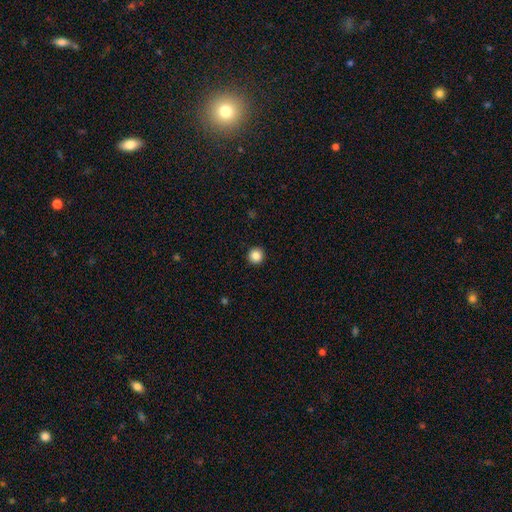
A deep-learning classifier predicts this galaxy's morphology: Smooth or featured?
  - smooth: 86% *
  - star or artifact: 10%
  - featured or disk: 3%
How rounded?
  - round: 95% *
  - in between: 4%
  - cigar-shaped: 1%
Merging?
  - none: 93% *
  - minor disturbance: 4%
  - major disturbance: 2%
  - merger: 1%